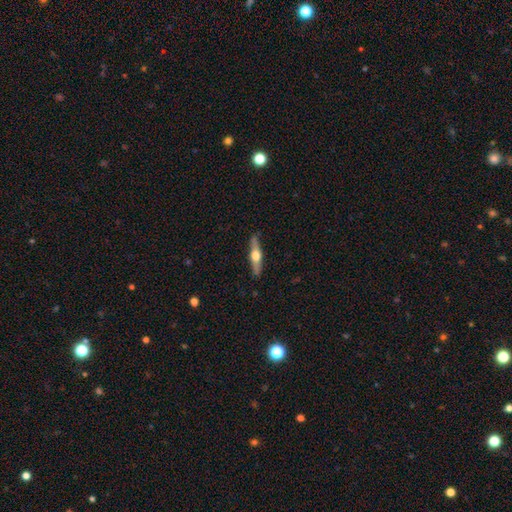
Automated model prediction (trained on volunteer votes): This is likely a featured or disk galaxy (64%). It is clearly viewed edge-on (96%). Edge-on bulge: clearly rounded (95%). Merging: clearly none (88%).